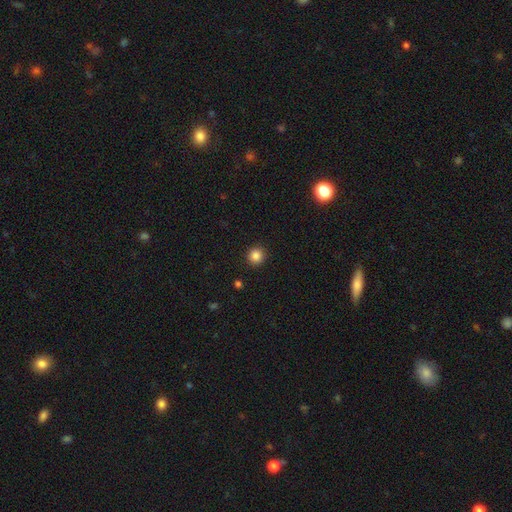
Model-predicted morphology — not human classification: smooth_or_featured: smooth (p=0.86) [alt: star or artifact p=0.11]
how_rounded: round (p=0.94) [alt: in between p=0.05]
merging: none (p=0.92) [alt: minor disturbance p=0.05]